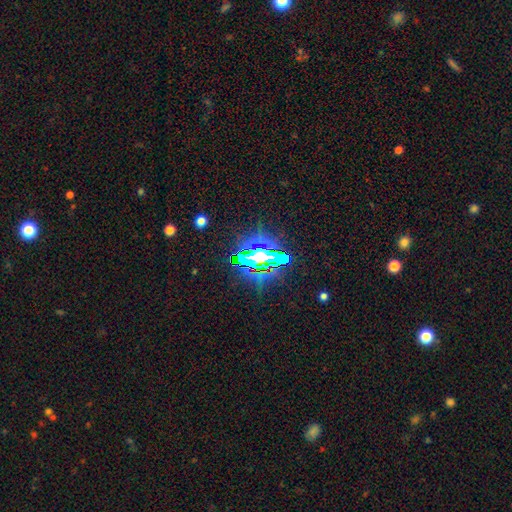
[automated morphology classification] The model was most divided on "smooth or featured": star or artifact: 70%, smooth: 15%, featured or disk: 14%.